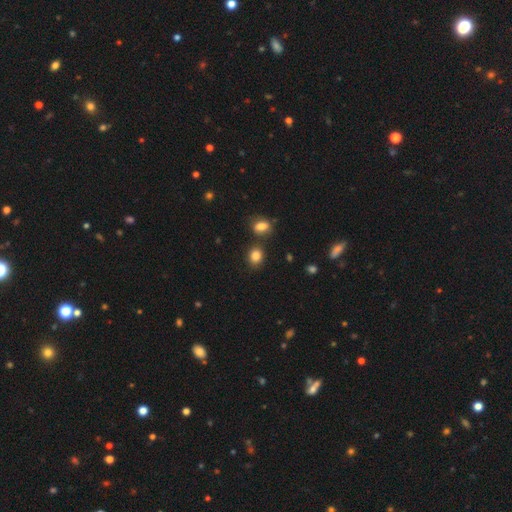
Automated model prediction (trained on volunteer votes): smooth 85%, star or artifact 10%, featured or disk 5%. Down the decision tree: how rounded — round (58%); merging — none (74%).